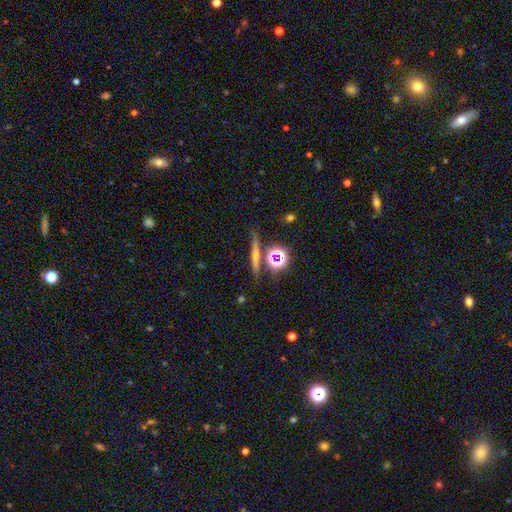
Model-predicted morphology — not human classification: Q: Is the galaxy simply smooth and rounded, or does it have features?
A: featured or disk — 40%.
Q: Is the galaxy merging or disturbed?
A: none — 81%.